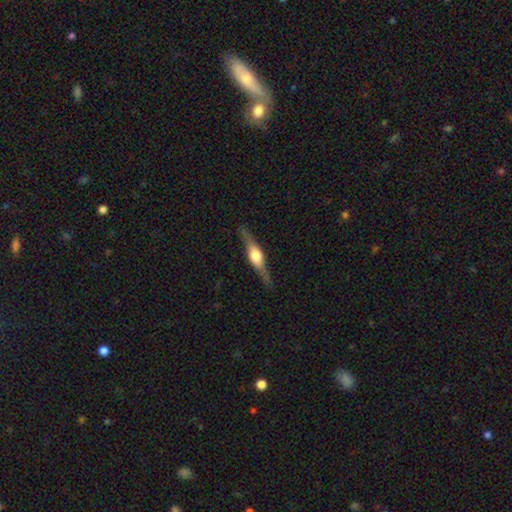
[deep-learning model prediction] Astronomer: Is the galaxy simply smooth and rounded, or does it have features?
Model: featured or disk — 71%.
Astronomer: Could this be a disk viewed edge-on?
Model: yes — 96%.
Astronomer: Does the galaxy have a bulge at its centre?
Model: rounded — 89%.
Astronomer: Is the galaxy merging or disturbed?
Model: none — 86%.